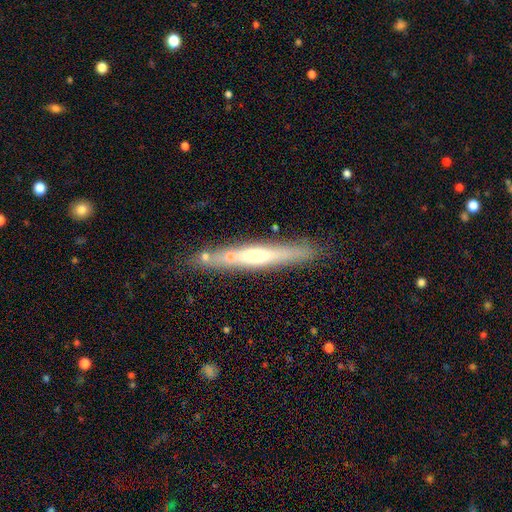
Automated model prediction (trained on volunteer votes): Q: Smooth or featured?
A: featured or disk (51%); runner-up: smooth (42%)
Q: Edge-on disk?
A: yes (89%); runner-up: no (11%)
Q: Merging?
A: none (76%); runner-up: minor disturbance (13%)